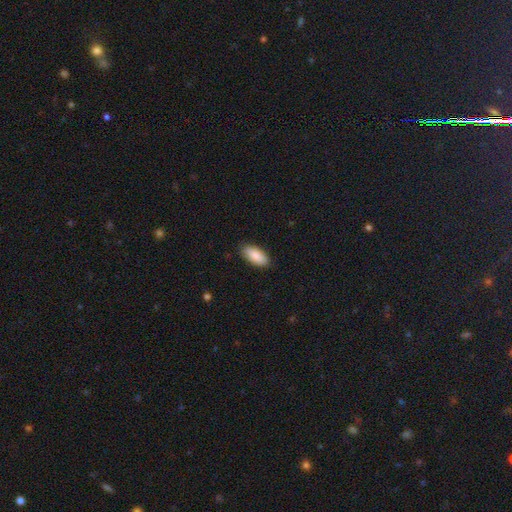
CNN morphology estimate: Smooth or featured?
  - smooth: 88% *
  - featured or disk: 6%
  - star or artifact: 6%
How rounded?
  - in between: 90% *
  - cigar-shaped: 9%
  - round: 2%
Merging?
  - none: 87% *
  - minor disturbance: 10%
  - major disturbance: 2%
  - merger: 1%